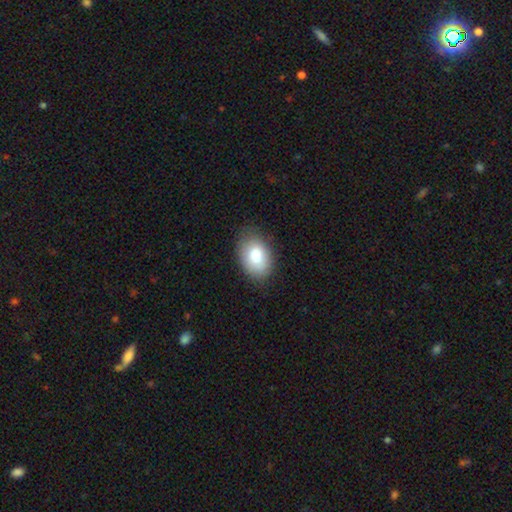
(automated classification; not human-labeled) Q: Smooth or featured?
A: smooth (81%); runner-up: featured or disk (12%)
Q: How rounded?
A: in between (86%); runner-up: round (13%)
Q: Merging?
A: none (79%); runner-up: minor disturbance (17%)